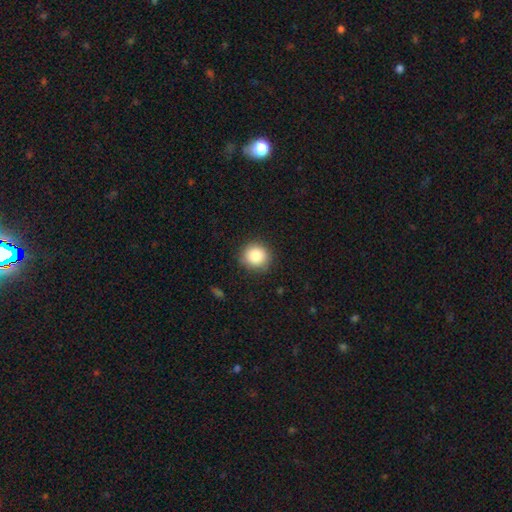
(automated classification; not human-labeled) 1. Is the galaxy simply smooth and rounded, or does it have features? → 85% smooth, 9% star or artifact, 5% featured or disk.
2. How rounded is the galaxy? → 90% round, 9% in between, 1% cigar-shaped.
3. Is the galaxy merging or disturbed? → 88% none, 9% minor disturbance, 2% major disturbance, 1% merger.